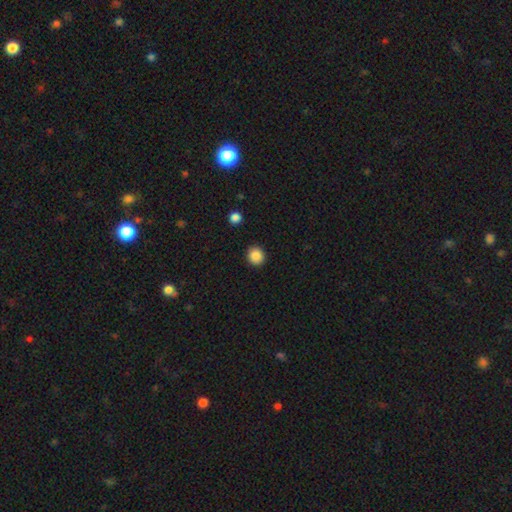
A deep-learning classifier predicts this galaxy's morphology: A smooth galaxy with no disk features (88%) that is round (83%).

Vote fractions:
- Smooth or featured? smooth: 88% / star or artifact: 9% / featured or disk: 3%
- How rounded? round: 83% / in between: 16% / cigar-shaped: 1%
- Merging? none: 91% / minor disturbance: 6% / major disturbance: 2% / merger: 1%